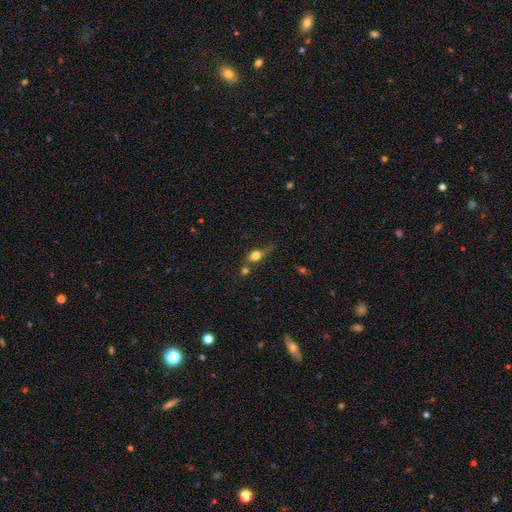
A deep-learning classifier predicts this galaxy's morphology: The model was most divided on "how rounded": in between: 46%, round: 41%, cigar-shaped: 13%. Remaining: smooth or featured — smooth (64%); merging — none (43%).